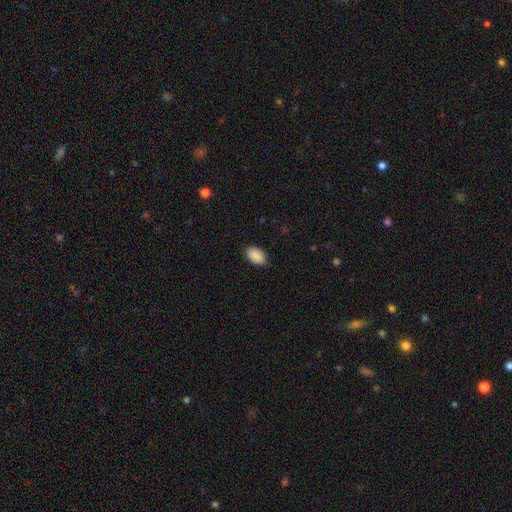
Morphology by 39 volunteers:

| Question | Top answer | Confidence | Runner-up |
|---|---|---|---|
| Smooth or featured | smooth | 95% | featured or disk (5%) |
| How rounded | in between | 95% | round (5%) |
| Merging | none | 82% | minor disturbance (15%) |